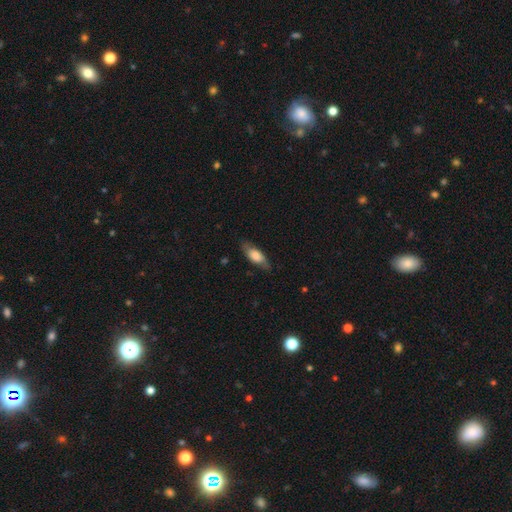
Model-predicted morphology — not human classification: Smooth or featured?
  - smooth: 63% *
  - featured or disk: 30%
  - star or artifact: 6%
How rounded?
  - in between: 73% *
  - cigar-shaped: 24%
  - round: 3%
Merging?
  - none: 75% *
  - minor disturbance: 18%
  - major disturbance: 5%
  - merger: 1%